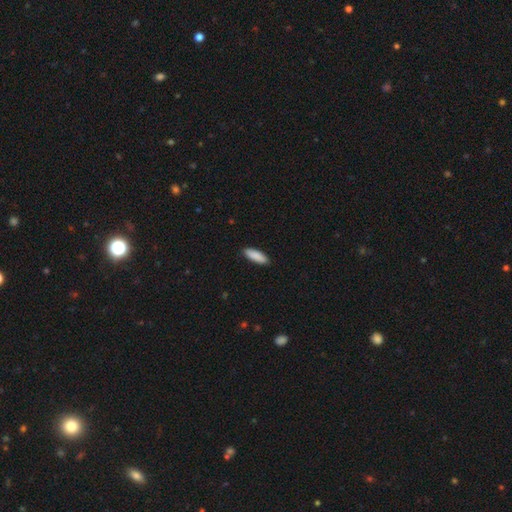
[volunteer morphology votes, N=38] Smooth or featured?
  - smooth: 92% *
  - star or artifact: 8%
  - featured or disk: 0%
How rounded?
  - in between: 60% *
  - cigar-shaped: 40%
  - round: 0%
Merging?
  - none: 94% *
  - minor disturbance: 6%
  - major disturbance: 0%
  - merger: 0%